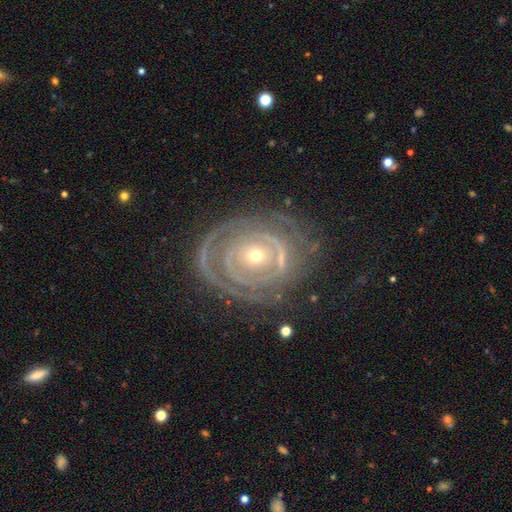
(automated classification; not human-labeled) Smooth or featured? featured or disk (85%)
Edge-on disk? no (96%)
Bar? no (82%)
Spiral arms? yes (86%)
Spiral winding? tight (79%)
Spiral arm count? can't tell (33%)
Bulge size? small (55%)
Merging? none (68%)